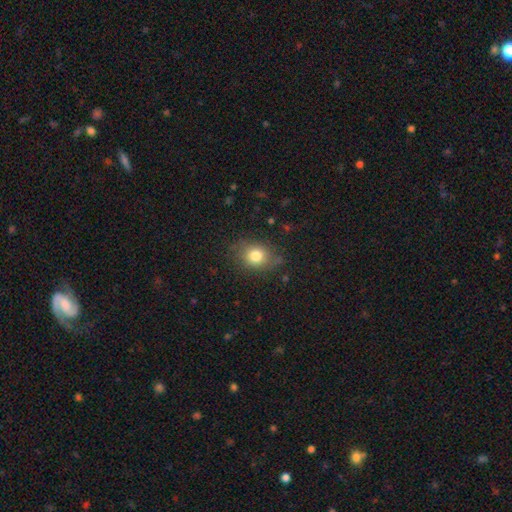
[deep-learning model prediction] This appears to be a smooth galaxy with no disk features (79%) that is round (58%). Merging: none (77%).